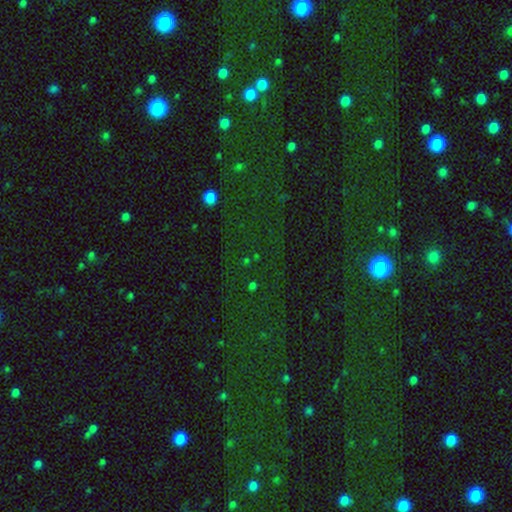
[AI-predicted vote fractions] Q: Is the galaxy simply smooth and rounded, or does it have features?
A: star or artifact — 72%.